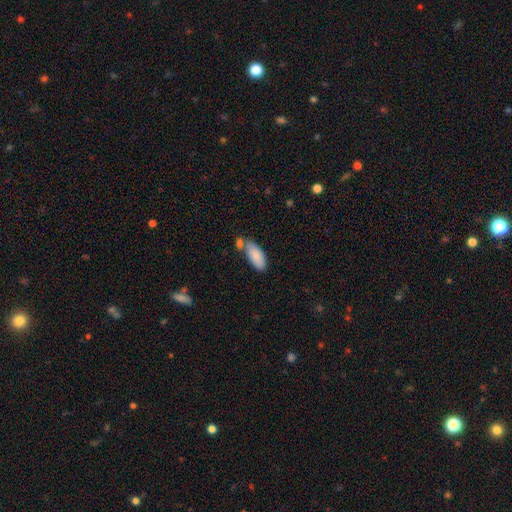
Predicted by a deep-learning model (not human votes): Overall: smooth (84%). How rounded: in between (86%). Merging: none (57%; merger 21%).